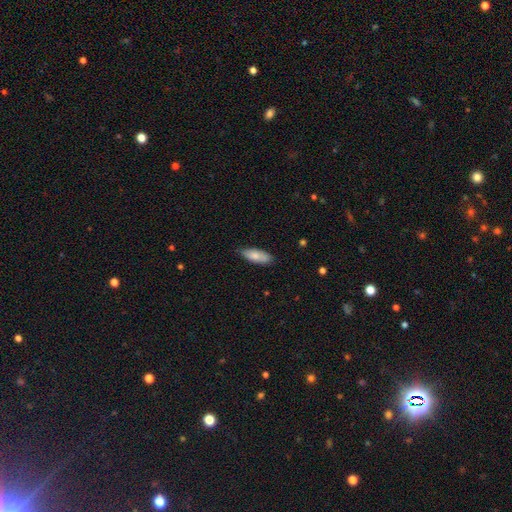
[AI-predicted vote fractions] smooth_or_featured: smooth (p=0.80) [alt: featured or disk p=0.15]
how_rounded: in between (p=0.72) [alt: cigar-shaped p=0.26]
merging: none (p=0.77) [alt: minor disturbance p=0.19]